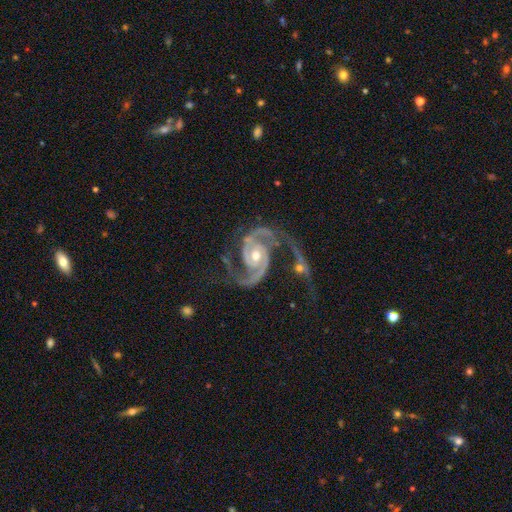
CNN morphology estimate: This is clearly a featured or disk galaxy (94%). It is clearly not viewed edge-on (98%). Bar: possibly no (55%). Spiral arm pattern: clearly yes (99%). Spiral arm count: clearly 2 (92%). Spiral winding: possibly medium (57%). Central bulge: possibly moderate (58%). Merging: possibly none (50%).